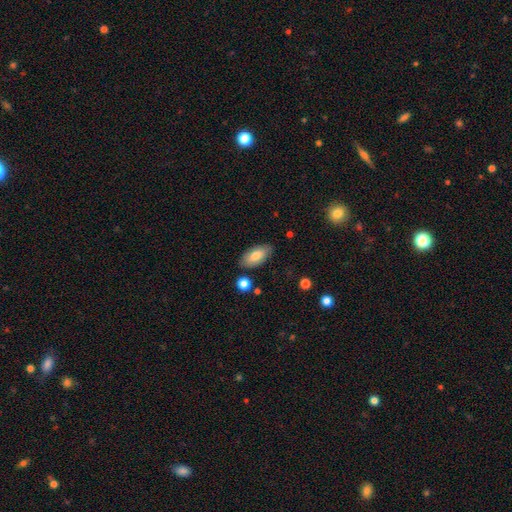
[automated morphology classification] smooth 77%, featured or disk 16%, star or artifact 6%. Down the decision tree: how rounded — in between (91%); merging — none (82%).